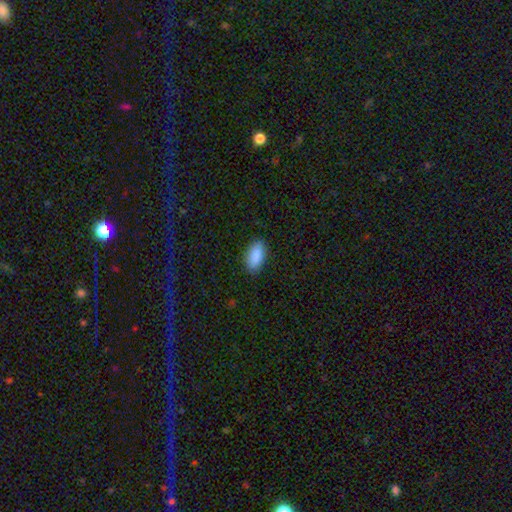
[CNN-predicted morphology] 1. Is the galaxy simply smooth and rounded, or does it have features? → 90% smooth, 6% star or artifact, 3% featured or disk.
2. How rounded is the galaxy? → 93% in between, 5% cigar-shaped, 3% round.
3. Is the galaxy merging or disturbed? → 87% none, 10% minor disturbance, 2% major disturbance, 1% merger.